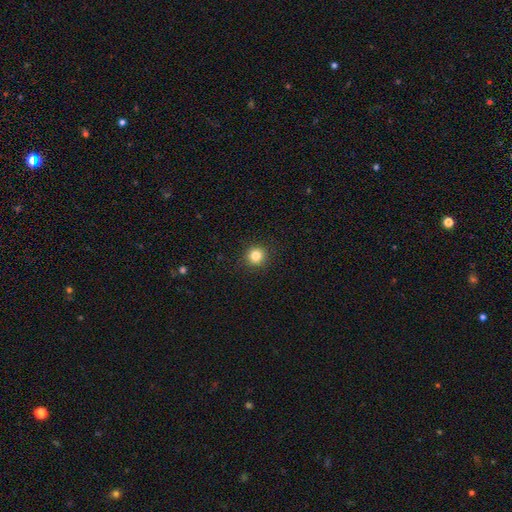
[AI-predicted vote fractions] The model was most divided on "smooth or featured": smooth: 83%, star or artifact: 12%, featured or disk: 5%. More confident: how rounded — round (94%); merging — none (92%).